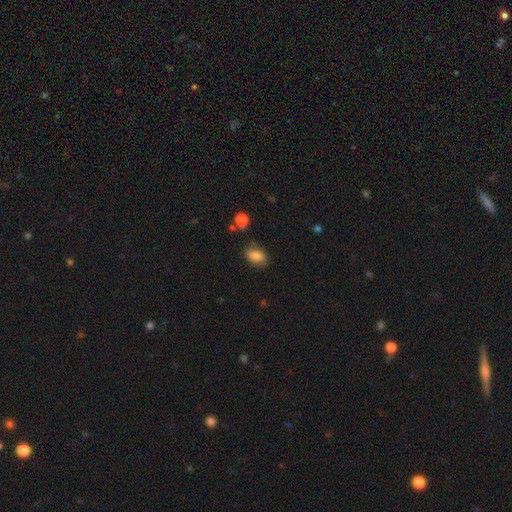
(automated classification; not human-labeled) Overall: smooth (82%). How rounded: in between (81%). Merging: none (75%).